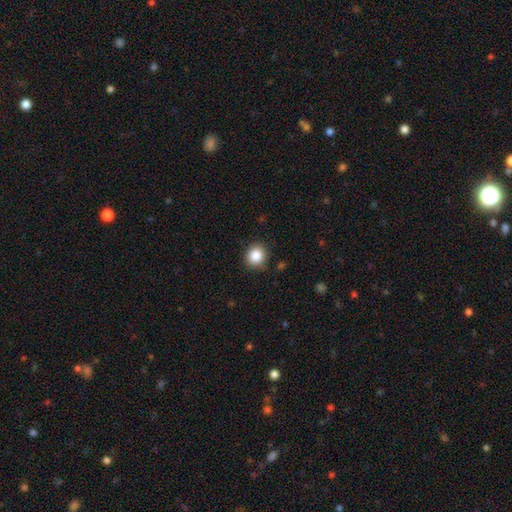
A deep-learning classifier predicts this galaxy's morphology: Overall: smooth (85%). How rounded: round (85%). Merging: none (89%).